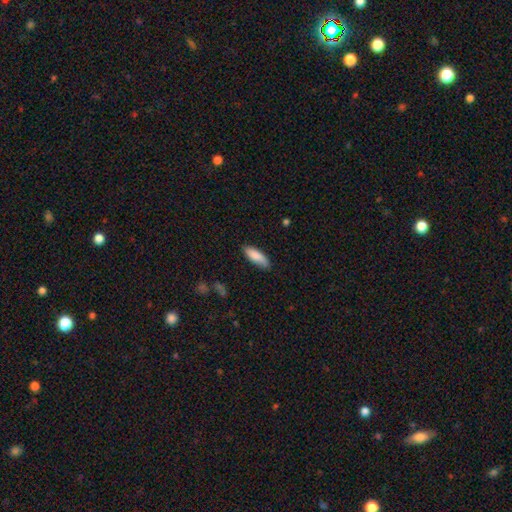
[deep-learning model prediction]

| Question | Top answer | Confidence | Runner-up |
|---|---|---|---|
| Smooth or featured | smooth | 85% | featured or disk (9%) |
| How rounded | in between | 61% | cigar-shaped (37%) |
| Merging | none | 80% | minor disturbance (16%) |